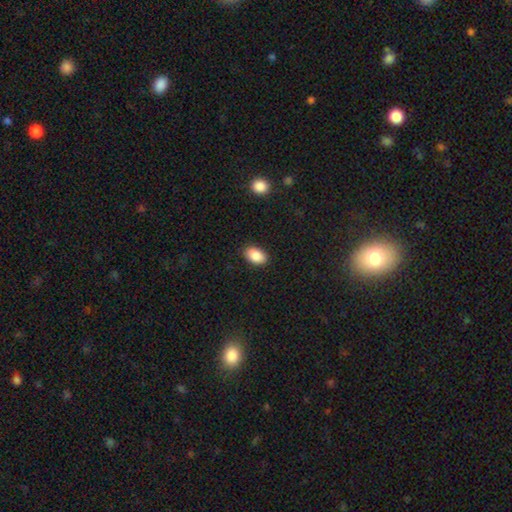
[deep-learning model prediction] A smooth galaxy with no disk features (88%) that is in between round and cigar-shaped (91%). Merging: none (88%).